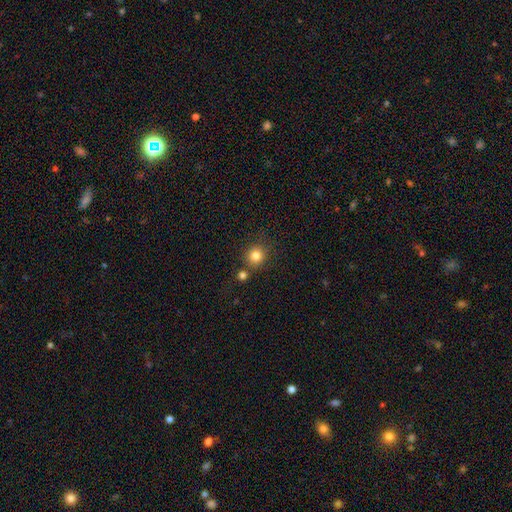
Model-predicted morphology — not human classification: This appears to be a smooth galaxy with no disk features (82%) that is round (90%). Merging: none (75%).